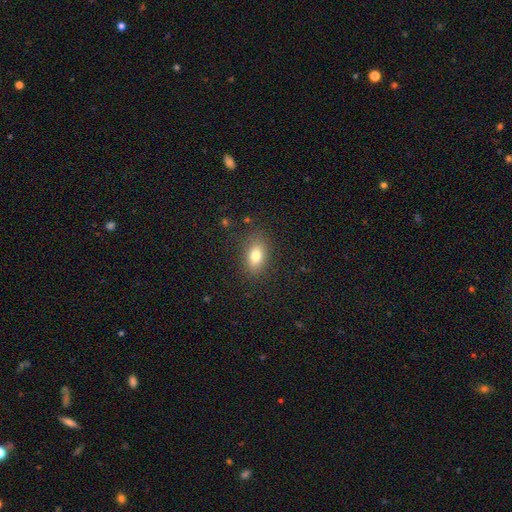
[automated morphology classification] Smooth or featured? smooth (79%)
How rounded? in between (83%)
Merging? none (85%)